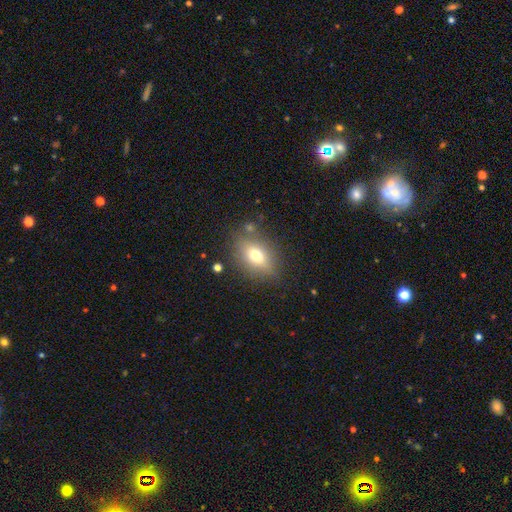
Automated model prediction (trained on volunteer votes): Q: Smooth or featured?
A: smooth (70%); runner-up: featured or disk (18%)
Q: How rounded?
A: in between (73%); runner-up: round (23%)
Q: Merging?
A: none (78%); runner-up: minor disturbance (13%)